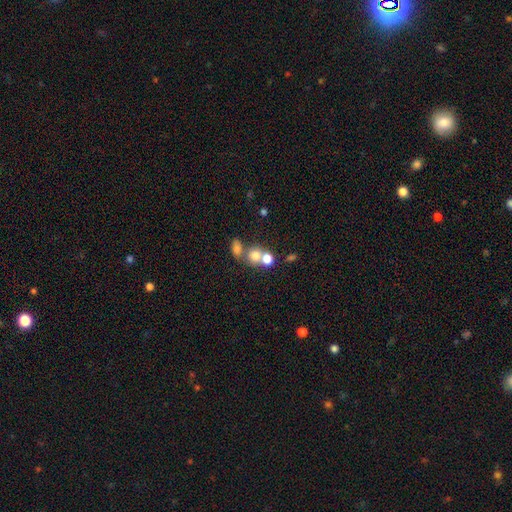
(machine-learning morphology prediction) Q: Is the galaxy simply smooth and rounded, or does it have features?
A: smooth — 71%.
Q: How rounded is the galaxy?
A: round — 75%.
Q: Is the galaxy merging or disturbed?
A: merger — 48%.